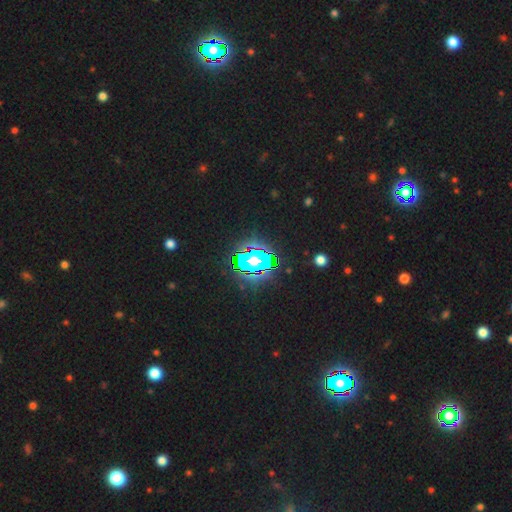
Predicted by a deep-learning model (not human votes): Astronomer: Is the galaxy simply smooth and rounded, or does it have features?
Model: star or artifact — 80%.